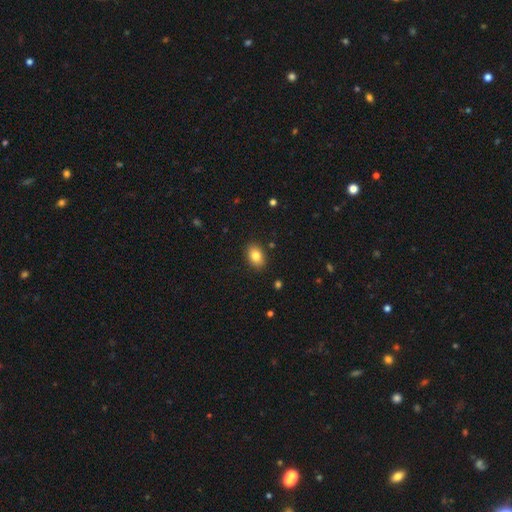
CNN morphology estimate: This is clearly a smooth galaxy (83%). How rounded: clearly in between (82%). Merging: clearly none (88%).